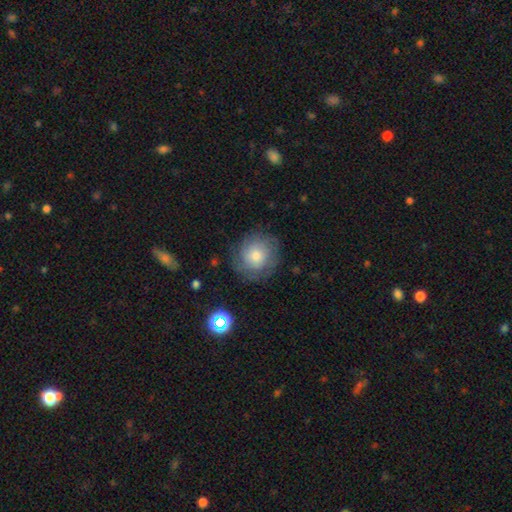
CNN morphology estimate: Overall: smooth (53%; featured or disk 36%). How rounded: round (91%). Merging: none (77%).